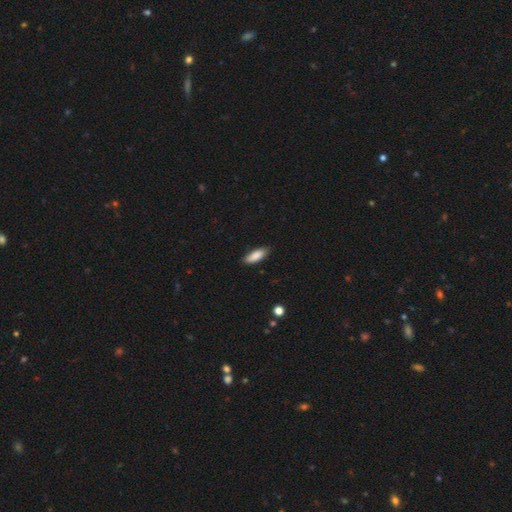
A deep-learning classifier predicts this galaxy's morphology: smooth_or_featured: smooth (p=0.87) [alt: featured or disk p=0.07]
how_rounded: in between (p=0.71) [alt: cigar-shaped p=0.28]
merging: none (p=0.83) [alt: minor disturbance p=0.14]